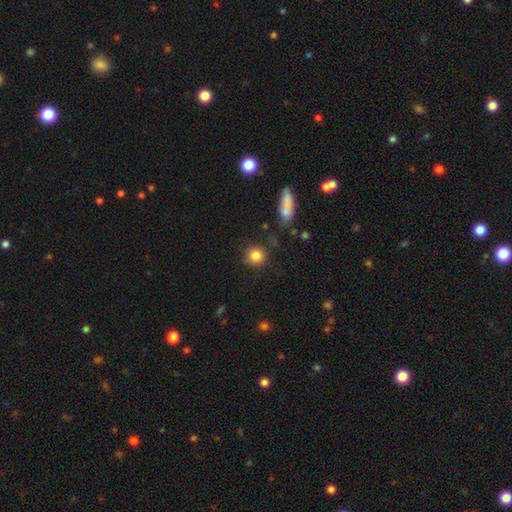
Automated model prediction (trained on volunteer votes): Overall: smooth (84%). How rounded: round (90%). Merging: none (82%).